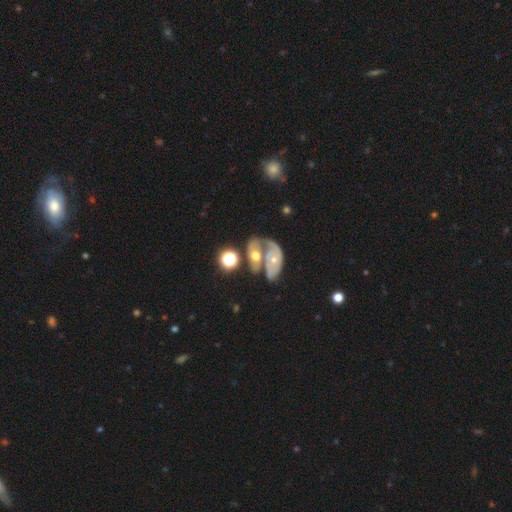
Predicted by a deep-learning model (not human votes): This appears to be a featured or disk galaxy (58%) with no bar (84%), spiral arms (52%) and a moderate central bulge (53%). Merging: merger (56%).